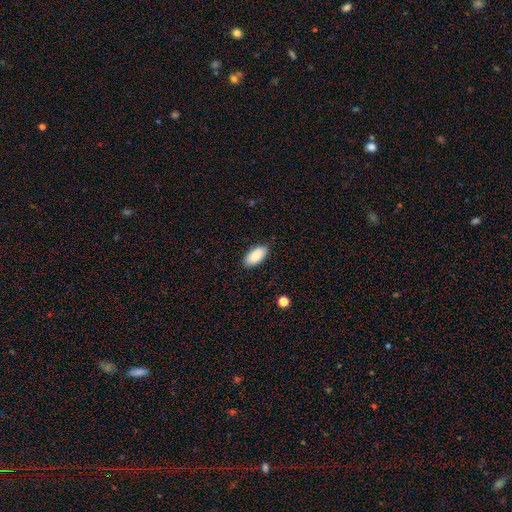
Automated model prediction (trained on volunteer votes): Smooth or featured: smooth — 86% (featured or disk — 8%)
How rounded: in between — 92% (cigar-shaped — 5%)
Merging: none — 86% (minor disturbance — 11%)